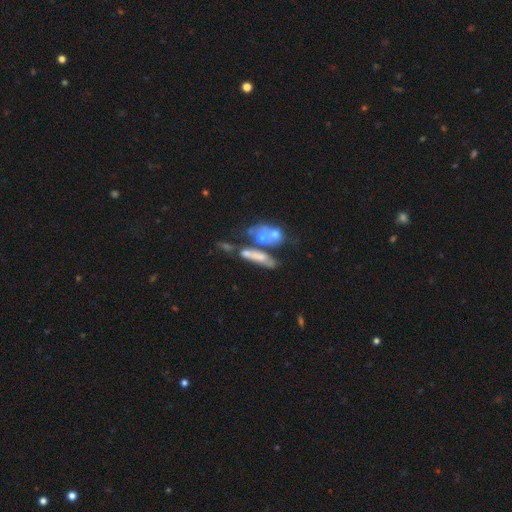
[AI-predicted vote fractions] Overall: smooth (46%; featured or disk 42%). Merging: merger (48%; none 24%).